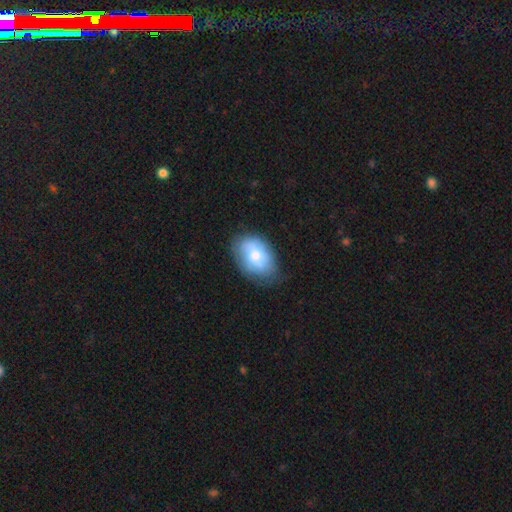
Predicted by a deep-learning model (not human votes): A smooth galaxy with no disk features (66%) that is in between round and cigar-shaped (81%). Merging: none (65%).